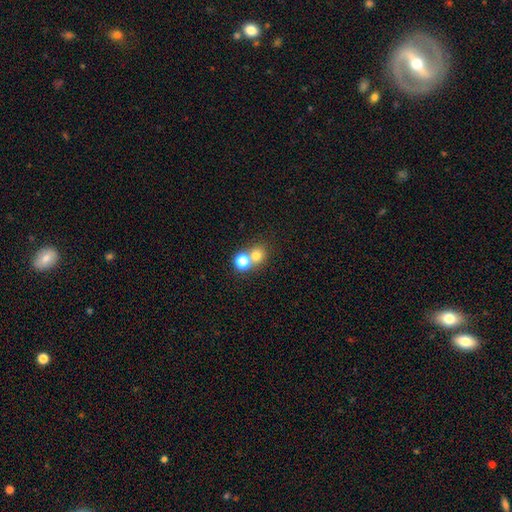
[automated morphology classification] Smooth or featured?
  - smooth: 74% *
  - star or artifact: 16%
  - featured or disk: 10%
How rounded?
  - round: 83% *
  - in between: 16%
  - cigar-shaped: 1%
Merging?
  - none: 47% *
  - merger: 45%
  - minor disturbance: 5%
  - major disturbance: 3%